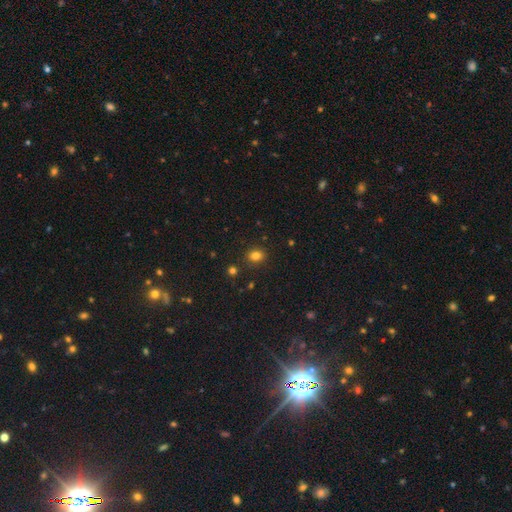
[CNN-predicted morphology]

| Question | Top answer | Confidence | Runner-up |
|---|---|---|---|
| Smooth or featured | smooth | 81% | star or artifact (13%) |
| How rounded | in between | 51% | round (48%) |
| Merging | none | 85% | minor disturbance (9%) |